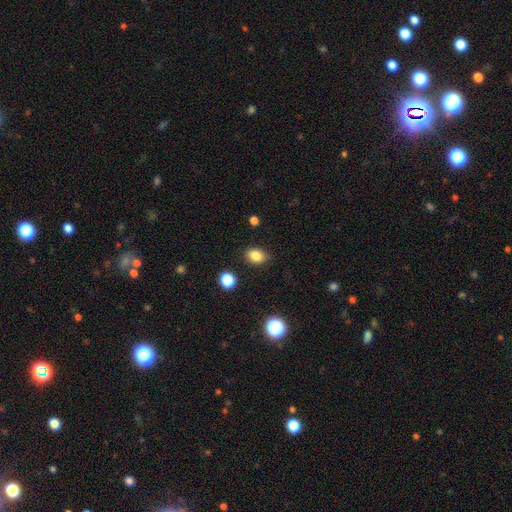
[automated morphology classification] The model was most divided on "how rounded": in between: 65%, round: 34%, cigar-shaped: 1%. More confident: smooth or featured — smooth (84%); merging — none (81%).